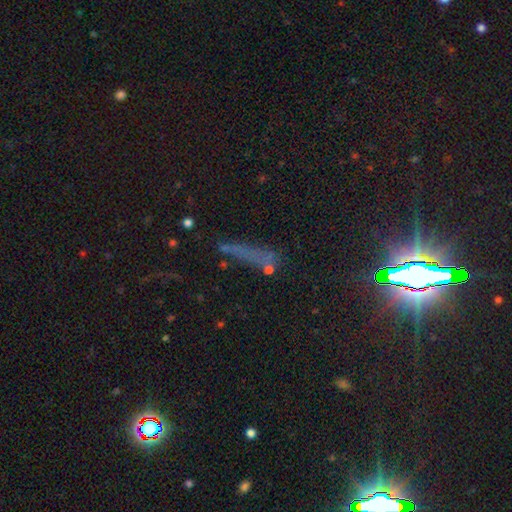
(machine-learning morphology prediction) Overall: star or artifact (53%; smooth 30%).